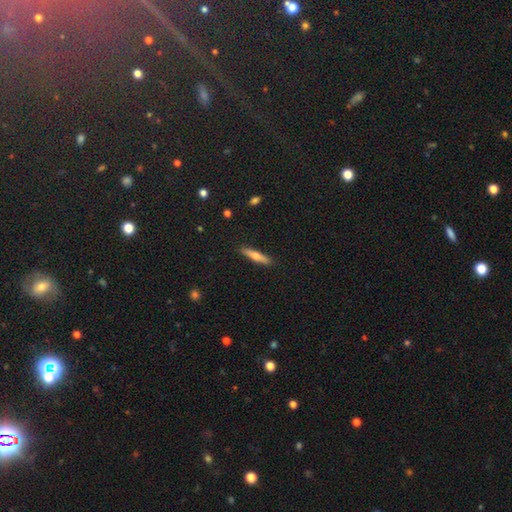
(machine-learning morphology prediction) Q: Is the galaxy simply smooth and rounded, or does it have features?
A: smooth — 59%.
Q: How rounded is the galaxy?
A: cigar-shaped — 86%.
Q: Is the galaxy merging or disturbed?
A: none — 90%.